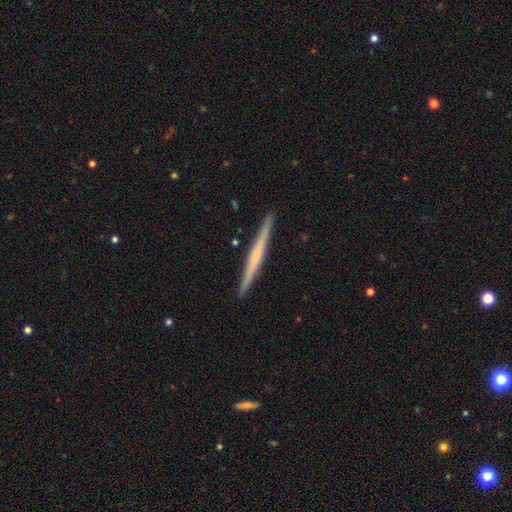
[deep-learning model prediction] featured or disk 59%, smooth 36%, star or artifact 5%. Down the decision tree: edge-on disk — yes (98%); edge-on bulge — none (64%); merging — none (92%).